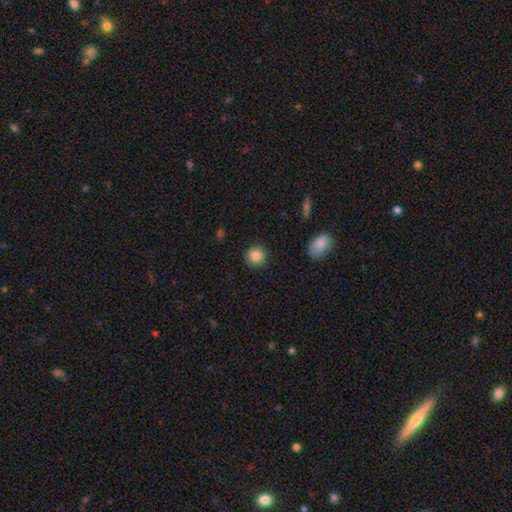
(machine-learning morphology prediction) The model was most divided on "smooth or featured": smooth: 86%, star or artifact: 9%, featured or disk: 4%. More confident: how rounded — round (92%); merging — none (89%).